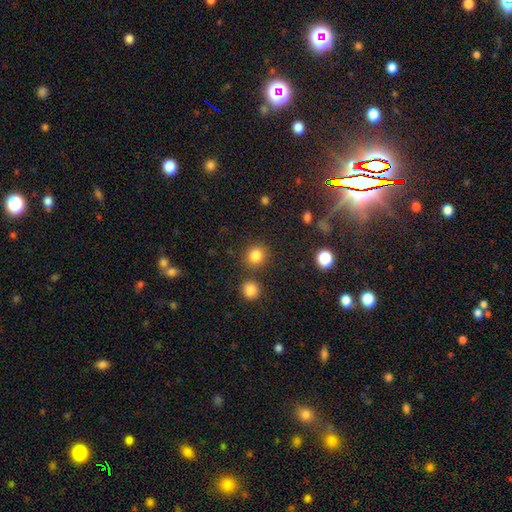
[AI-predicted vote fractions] Q: Smooth or featured?
A: smooth (83%); runner-up: star or artifact (12%)
Q: How rounded?
A: round (87%); runner-up: in between (12%)
Q: Merging?
A: none (82%); runner-up: minor disturbance (8%)